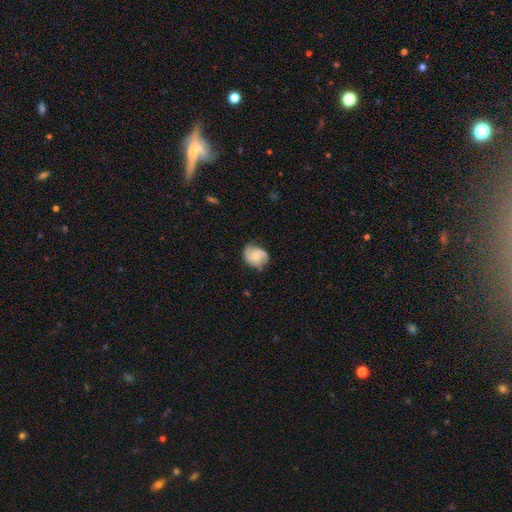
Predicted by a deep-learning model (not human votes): featured or disk 65%, smooth 28%, star or artifact 7%. Down the decision tree: edge-on disk — no (98%); bar — no (59%); spiral arms — yes (94%); spiral arm count — 2 (81%); spiral winding — medium (48%); bulge size — small (46%); merging — none (71%).